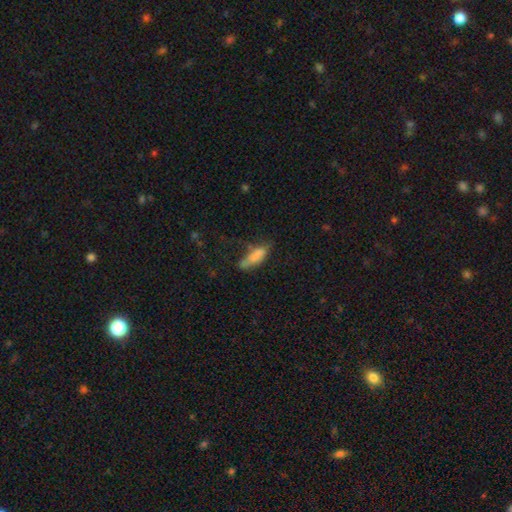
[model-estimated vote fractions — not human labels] Smooth or featured? Predicted: smooth (p=0.73). How rounded? Predicted: in between (p=0.59). Merging? Predicted: none (p=0.39).